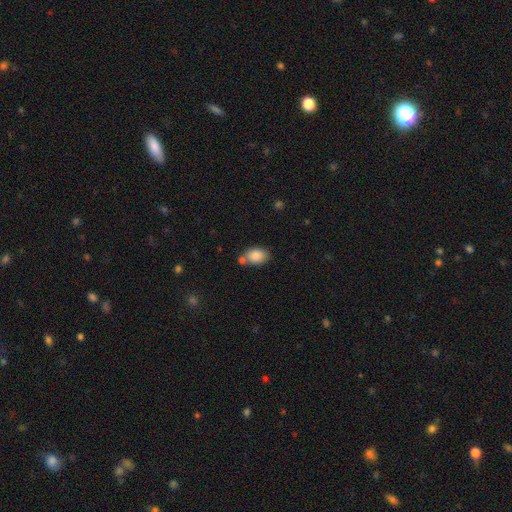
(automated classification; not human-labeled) Q: Smooth or featured?
A: smooth (86%); runner-up: star or artifact (8%)
Q: How rounded?
A: in between (83%); runner-up: round (16%)
Q: Merging?
A: none (62%); runner-up: merger (19%)